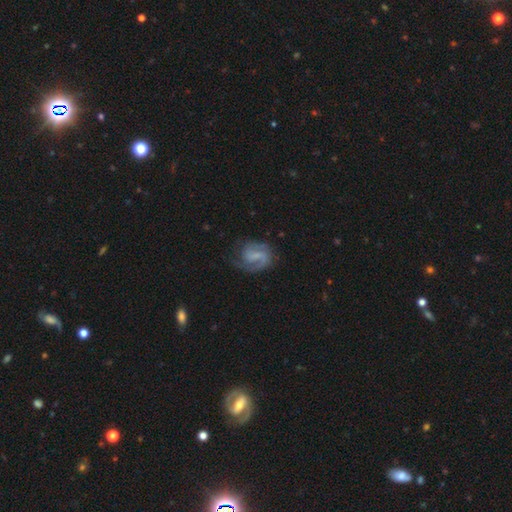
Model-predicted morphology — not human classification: featured or disk 76%, smooth 17%, star or artifact 6%. Down the decision tree: edge-on disk — no (98%); bar — weak (52%); spiral arms — yes (94%); spiral arm count — 2 (67%); spiral winding — medium (48%); bulge size — none (44%); merging — none (65%).